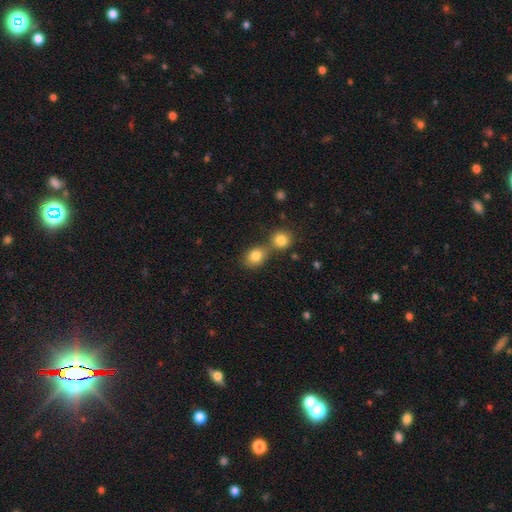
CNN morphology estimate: type=smooth (83%); roundness=round (55%); merging=none (49%).